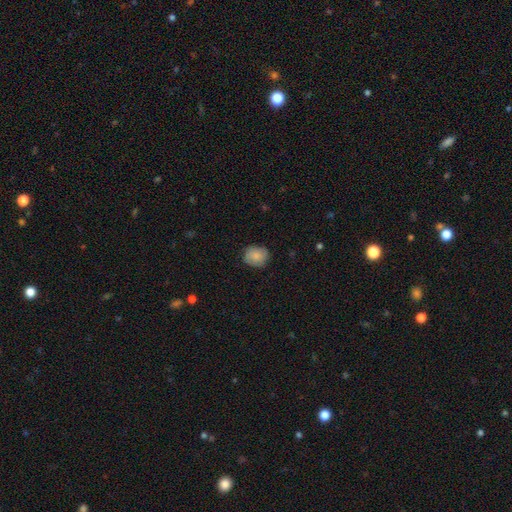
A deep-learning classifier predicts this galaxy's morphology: Smooth or featured? Predicted: smooth (p=0.83). How rounded? Predicted: round (p=0.67). Merging? Predicted: none (p=0.79).